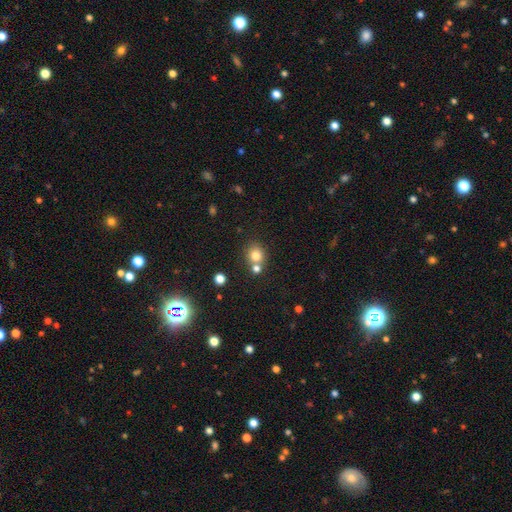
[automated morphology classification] Smooth or featured? Predicted: smooth (p=0.78). How rounded? Predicted: round (p=0.85). Merging? Predicted: none (p=0.62).